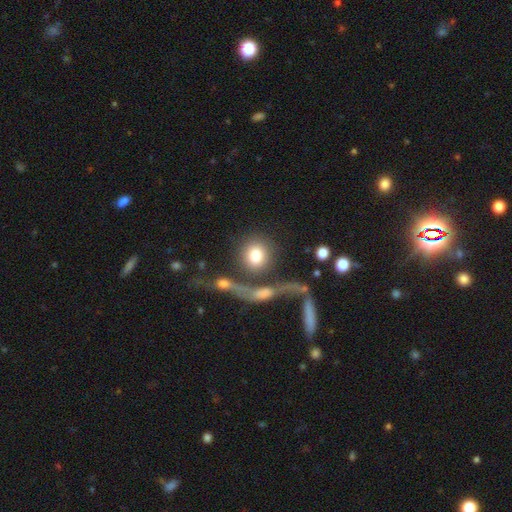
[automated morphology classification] Smooth or featured: smooth — 76% (featured or disk — 16%)
How rounded: round — 80% (in between — 17%)
Merging: none — 52% (merger — 25%)